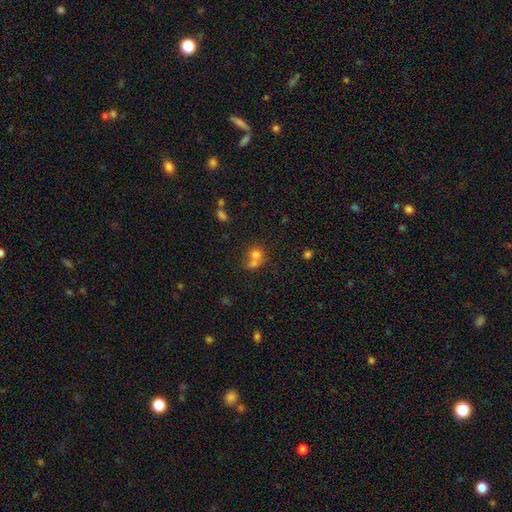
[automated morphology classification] Smooth or featured? smooth (71%)
How rounded? round (74%)
Merging? merger (58%)